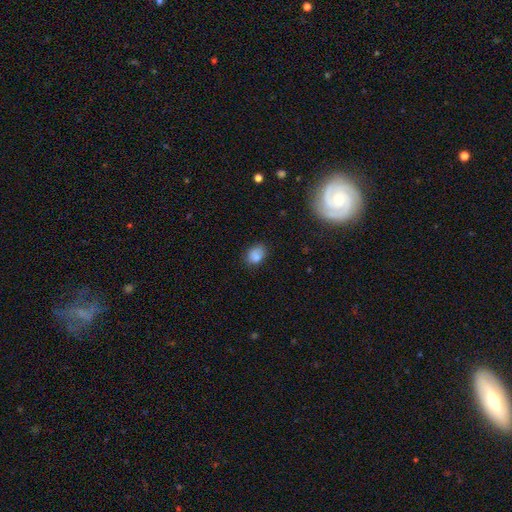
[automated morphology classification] Smooth or featured: smooth — 83% (star or artifact — 11%)
How rounded: in between — 70% (round — 28%)
Merging: none — 70% (minor disturbance — 23%)